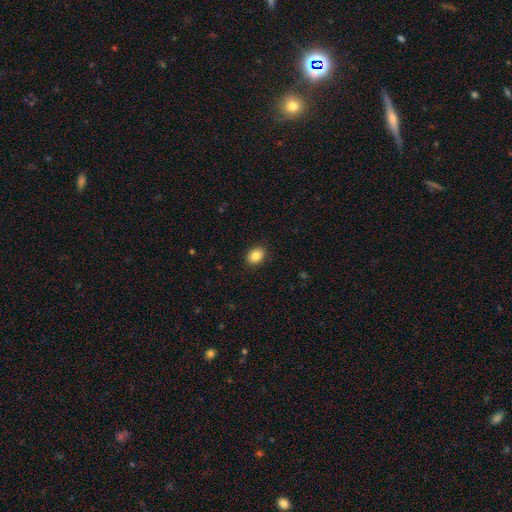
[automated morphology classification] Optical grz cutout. It shows a smooth galaxy with no disk features (86%) that is in between round and cigar-shaped (66%). Merging: none (90%).